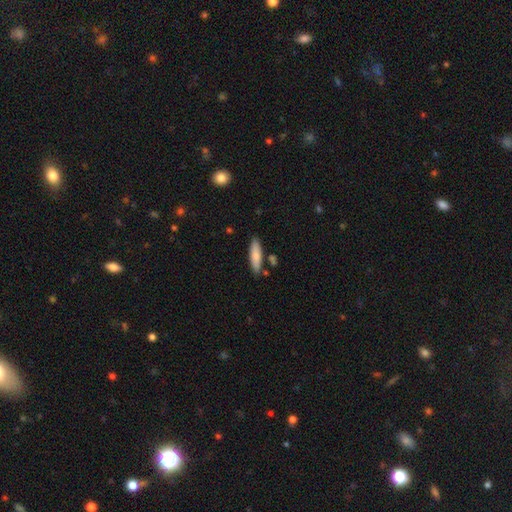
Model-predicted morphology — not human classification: Smooth or featured? smooth (79%)
How rounded? cigar-shaped (61%)
Merging? none (81%)